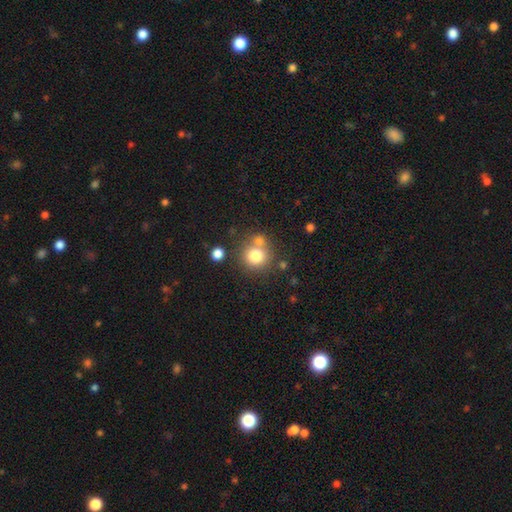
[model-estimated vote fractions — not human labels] Smooth or featured: smooth — 78% (star or artifact — 12%)
How rounded: round — 89% (in between — 10%)
Merging: none — 62% (merger — 25%)